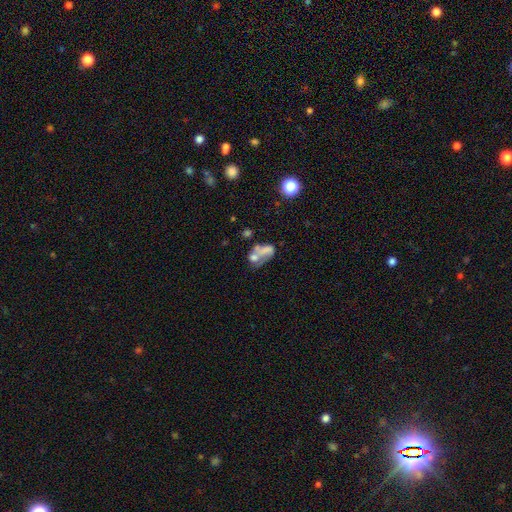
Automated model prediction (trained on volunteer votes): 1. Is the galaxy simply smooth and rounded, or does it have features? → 48% smooth, 38% featured or disk, 13% star or artifact.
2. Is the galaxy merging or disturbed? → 45% merger, 21% major disturbance, 20% none, 13% minor disturbance.